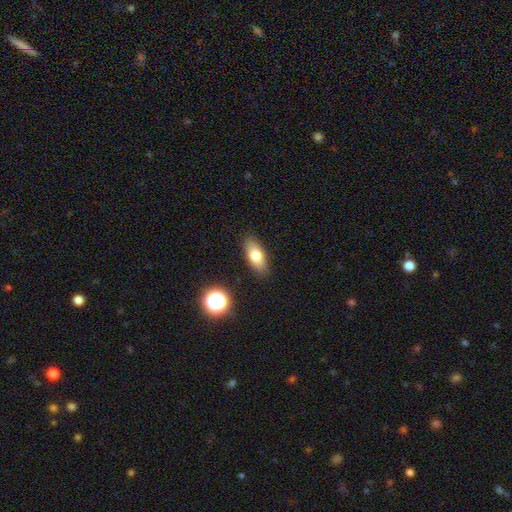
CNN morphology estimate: Smooth or featured? smooth (73%)
How rounded? in between (79%)
Merging? none (87%)